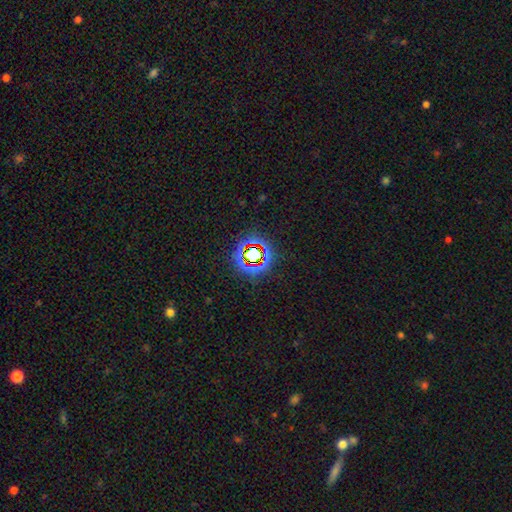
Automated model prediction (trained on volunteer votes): The model was most divided on "smooth or featured": star or artifact: 70%, smooth: 19%, featured or disk: 11%.